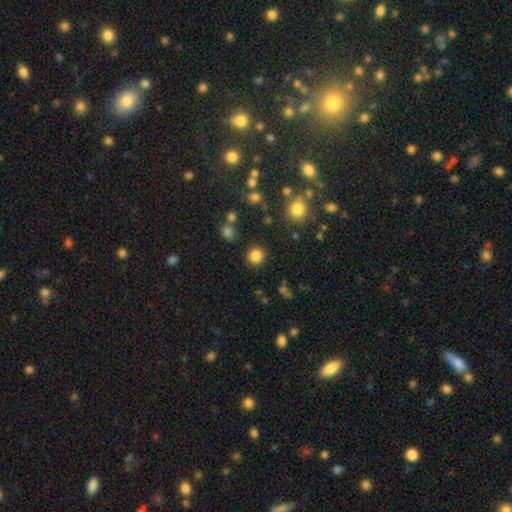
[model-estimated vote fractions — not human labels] smooth 84%, star or artifact 12%, featured or disk 4%. Down the decision tree: how rounded — round (91%); merging — none (88%).